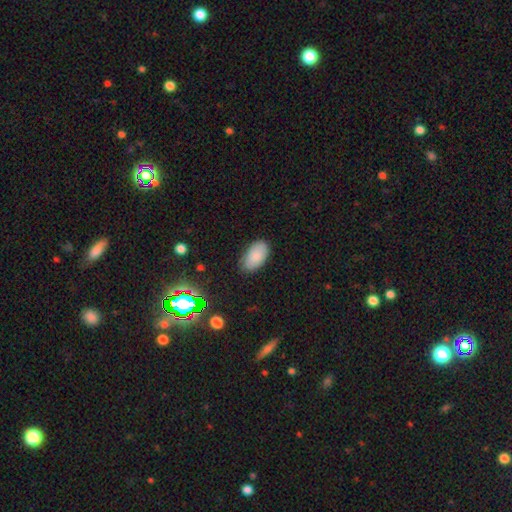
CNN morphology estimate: Smooth or featured? smooth (84%)
How rounded? in between (95%)
Merging? none (79%)